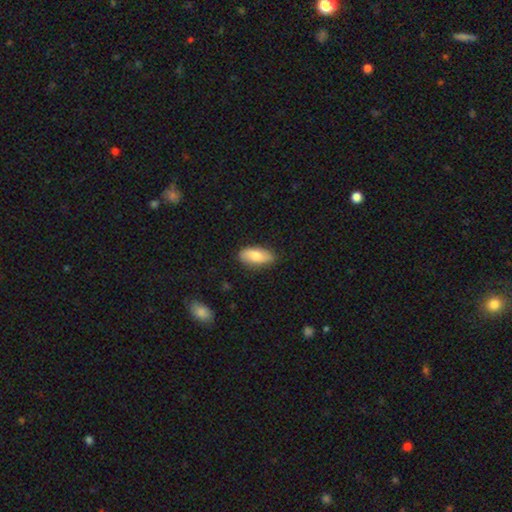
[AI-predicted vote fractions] This is likely a smooth galaxy (78%). How rounded: clearly in between (87%). Merging: clearly none (81%).